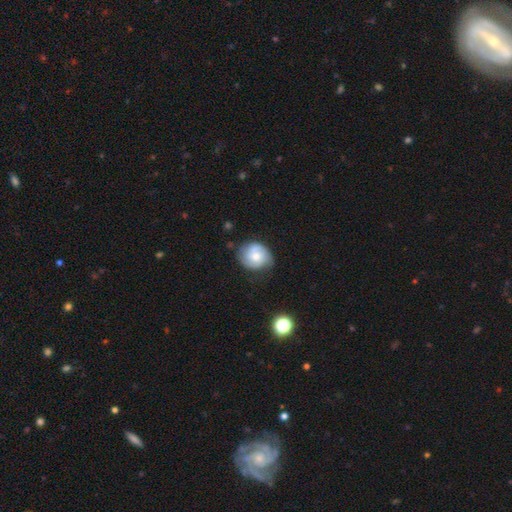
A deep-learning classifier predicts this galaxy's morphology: smooth_or_featured: featured or disk (p=0.58) [alt: smooth p=0.35]
disk_edge_on: no (p=0.98) [alt: yes p=0.02]
bar: no (p=0.68) [alt: weak p=0.28]
has_spiral_arms: yes (p=0.89) [alt: no p=0.11]
spiral_winding: tight (p=0.47) [alt: medium p=0.40]
spiral_arm_count: 2 (p=0.54) [alt: 3 p=0.19]
bulge_size: moderate (p=0.58) [alt: small p=0.34]
merging: none (p=0.70) [alt: minor disturbance p=0.22]